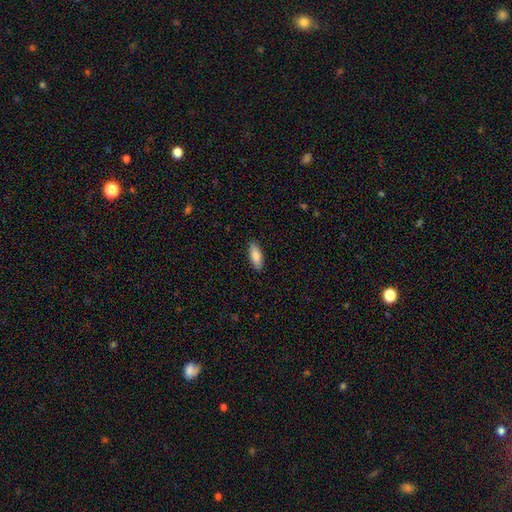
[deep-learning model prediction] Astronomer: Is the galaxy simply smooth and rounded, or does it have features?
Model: smooth — 85%.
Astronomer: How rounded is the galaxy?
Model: in between — 69%.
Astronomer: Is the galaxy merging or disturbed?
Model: none — 89%.